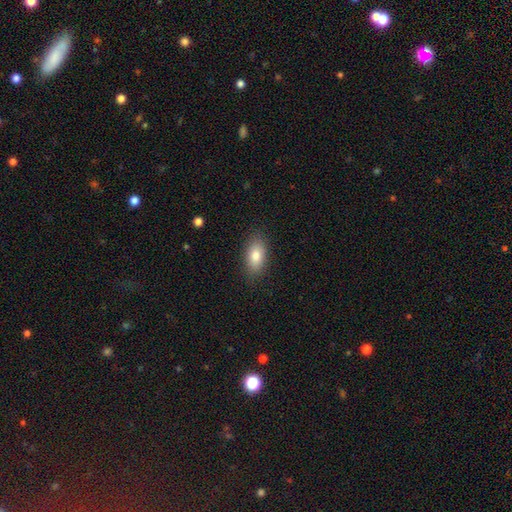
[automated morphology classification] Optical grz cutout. It shows a smooth galaxy with no disk features (81%) that is in between round and cigar-shaped (89%). Merging: none (86%).